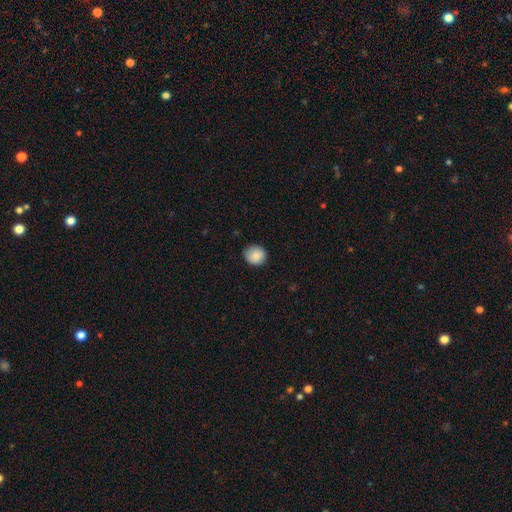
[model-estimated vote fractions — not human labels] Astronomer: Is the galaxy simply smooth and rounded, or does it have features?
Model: smooth — 88%.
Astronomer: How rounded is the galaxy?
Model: round — 86%.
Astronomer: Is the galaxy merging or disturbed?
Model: none — 86%.